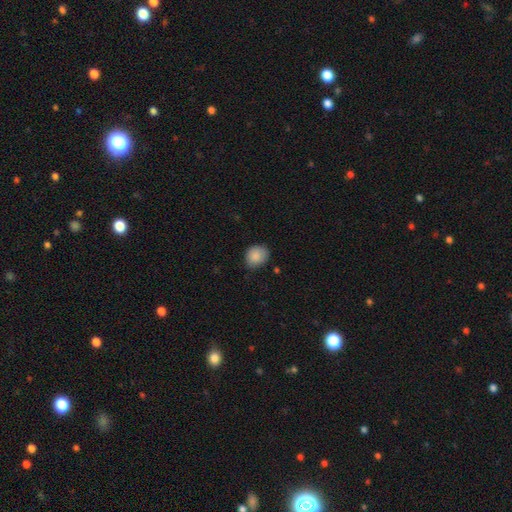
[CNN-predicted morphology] This is clearly a smooth galaxy (88%). How rounded: likely round (64%). Merging: likely none (73%).